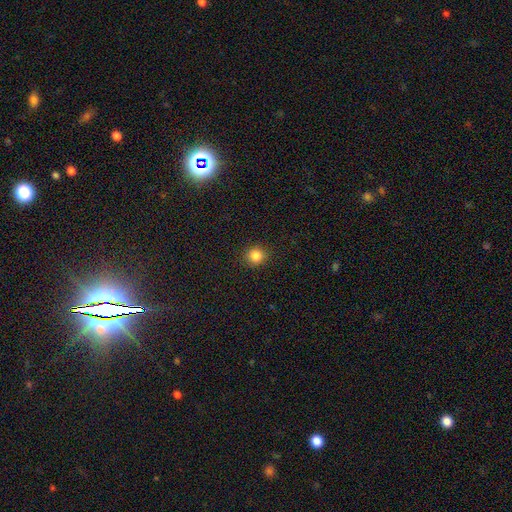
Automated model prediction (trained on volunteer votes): smooth_or_featured: smooth (p=0.85) [alt: star or artifact p=0.11]
how_rounded: round (p=0.89) [alt: in between p=0.10]
merging: none (p=0.91) [alt: minor disturbance p=0.06]